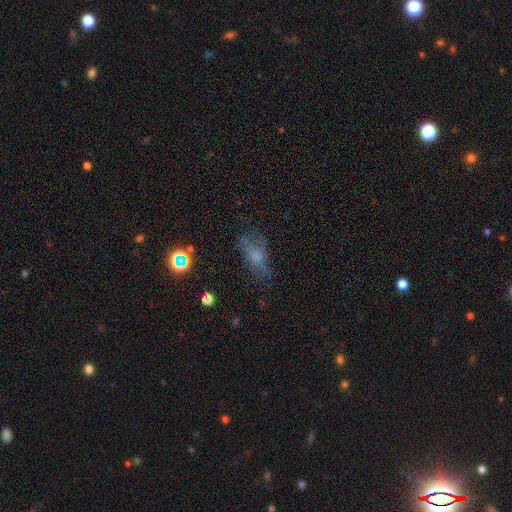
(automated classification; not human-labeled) smooth_or_featured: smooth (p=0.46) [alt: featured or disk p=0.37]
merging: none (p=0.51) [alt: minor disturbance p=0.25]